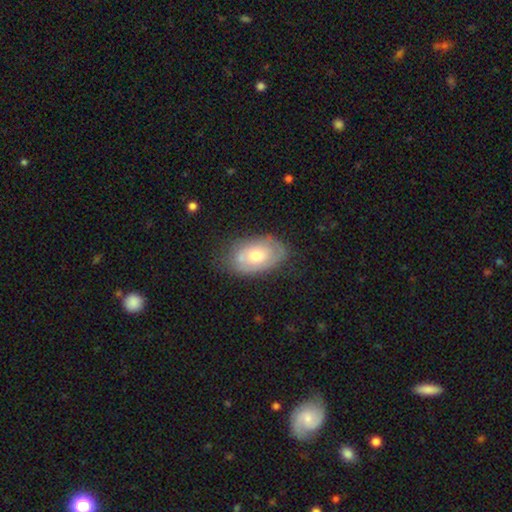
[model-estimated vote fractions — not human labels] Overall: featured or disk (51%; smooth 42%). Edge-on disk: no (92%). Merging: none (69%).